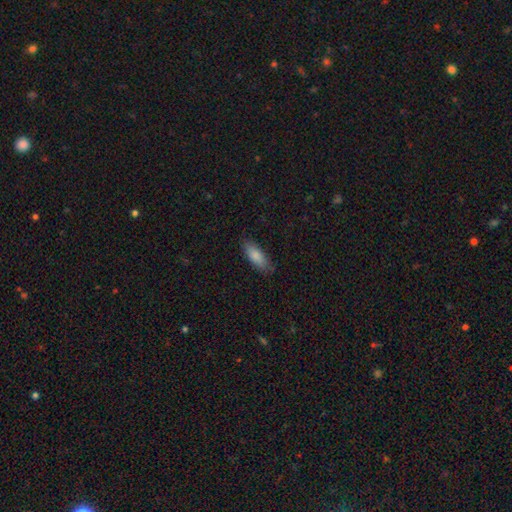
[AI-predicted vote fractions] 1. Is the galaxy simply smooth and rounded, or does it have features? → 86% smooth, 8% featured or disk, 6% star or artifact.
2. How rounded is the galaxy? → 71% in between, 27% cigar-shaped, 2% round.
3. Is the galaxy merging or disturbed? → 83% none, 13% minor disturbance, 3% major disturbance, 1% merger.